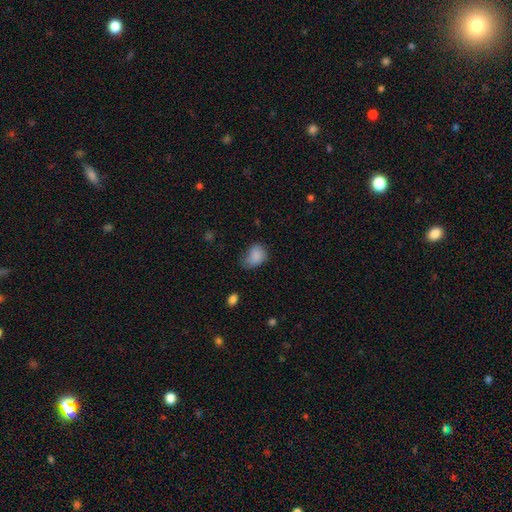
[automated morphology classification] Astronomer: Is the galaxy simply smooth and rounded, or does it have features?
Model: smooth — 84%.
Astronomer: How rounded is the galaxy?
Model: in between — 67%.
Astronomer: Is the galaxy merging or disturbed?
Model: none — 51% (runner-up: minor disturbance, 35%).